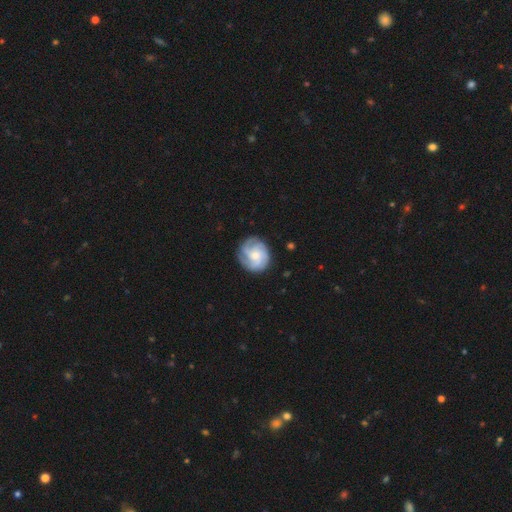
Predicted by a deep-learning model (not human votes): Smooth or featured: featured or disk — 75% (smooth — 18%)
Edge-on disk: no — 98% (yes — 2%)
Bar: no — 71% (weak — 26%)
Spiral arms: yes — 96% (no — 4%)
Spiral winding: tight — 55% (medium — 35%)
Spiral arm count: 3 — 33% (4 — 29%)
Bulge size: moderate — 49% (small — 42%)
Merging: none — 81% (minor disturbance — 14%)